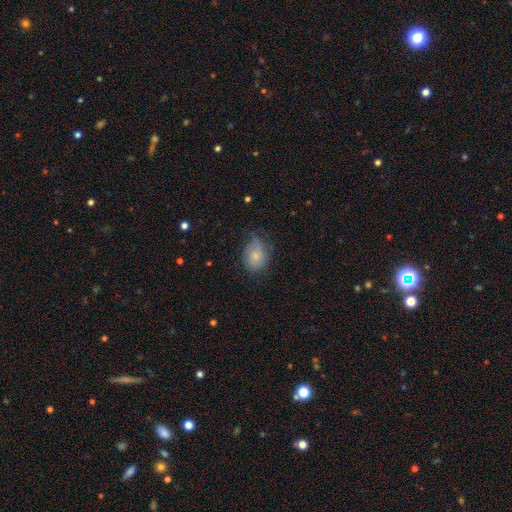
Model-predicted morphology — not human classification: smooth_or_featured: smooth (p=0.77) [alt: featured or disk p=0.15]
how_rounded: in between (p=0.69) [alt: round p=0.30]
merging: none (p=0.52) [alt: minor disturbance p=0.35]